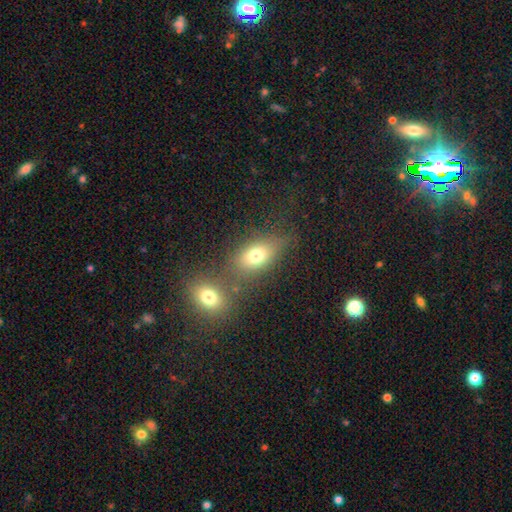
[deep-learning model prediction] Morphology: type=smooth (72%); roundness=in between (71%); merging=none (53%).